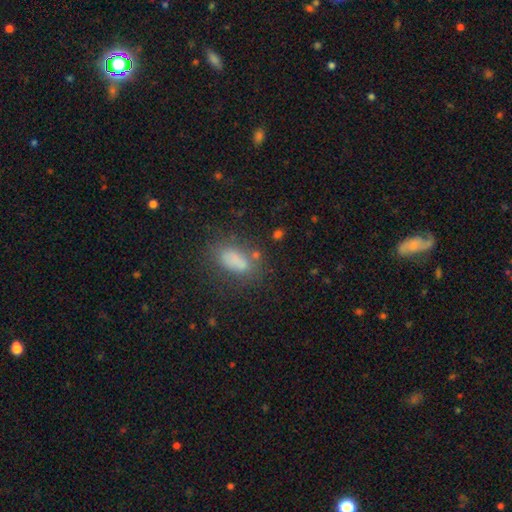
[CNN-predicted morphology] Smooth or featured: smooth — 77% (star or artifact — 12%)
How rounded: in between — 84% (cigar-shaped — 9%)
Merging: none — 64% (minor disturbance — 19%)